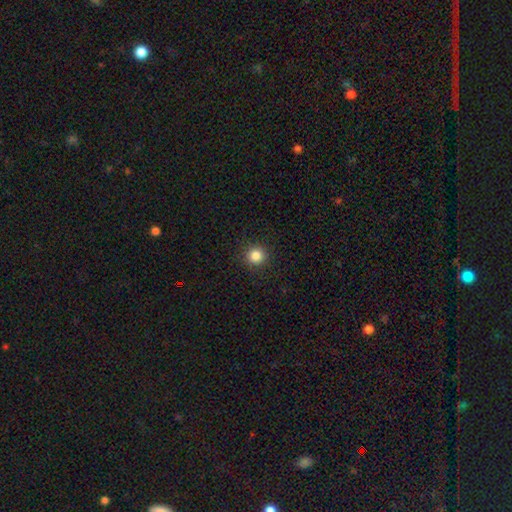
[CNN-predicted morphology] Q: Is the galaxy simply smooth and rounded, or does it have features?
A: smooth — 84%.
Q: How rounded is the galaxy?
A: round — 94%.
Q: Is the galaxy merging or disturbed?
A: none — 92%.